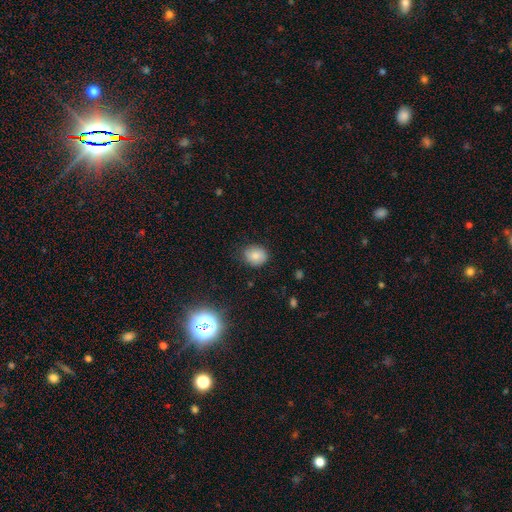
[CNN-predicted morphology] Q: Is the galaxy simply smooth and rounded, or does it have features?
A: smooth — 79%.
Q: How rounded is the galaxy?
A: round — 67%.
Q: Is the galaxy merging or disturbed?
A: none — 80%.